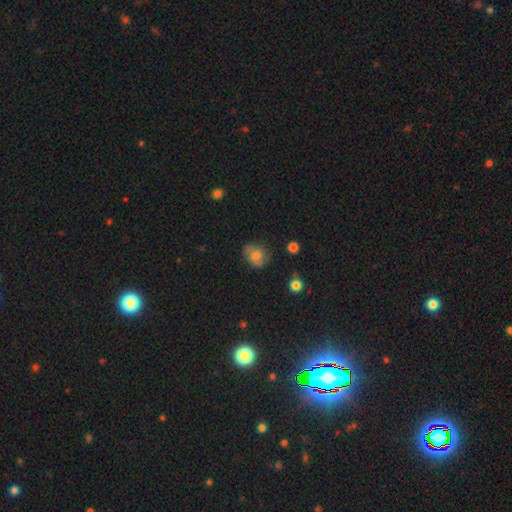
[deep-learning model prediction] smooth 64%, featured or disk 26%, star or artifact 10%. Down the decision tree: how rounded — round (67%); merging — none (65%).